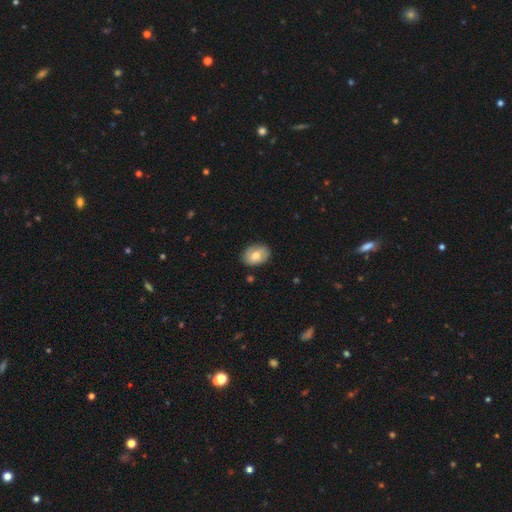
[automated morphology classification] Smooth or featured? Predicted: smooth (p=0.74). How rounded? Predicted: in between (p=0.80). Merging? Predicted: none (p=0.79).